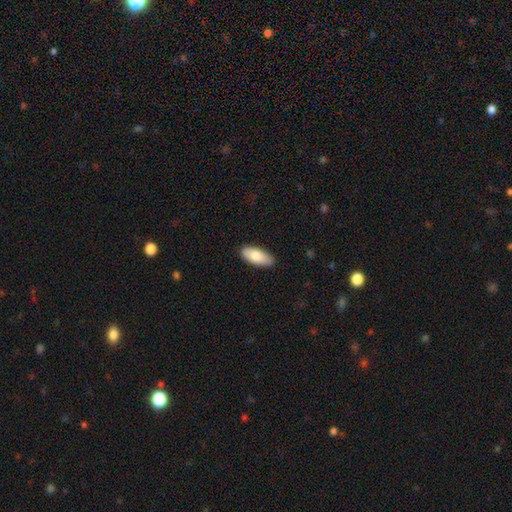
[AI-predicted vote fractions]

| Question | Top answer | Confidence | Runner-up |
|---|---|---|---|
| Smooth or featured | smooth | 82% | featured or disk (12%) |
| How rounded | in between | 87% | cigar-shaped (11%) |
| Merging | none | 87% | minor disturbance (11%) |